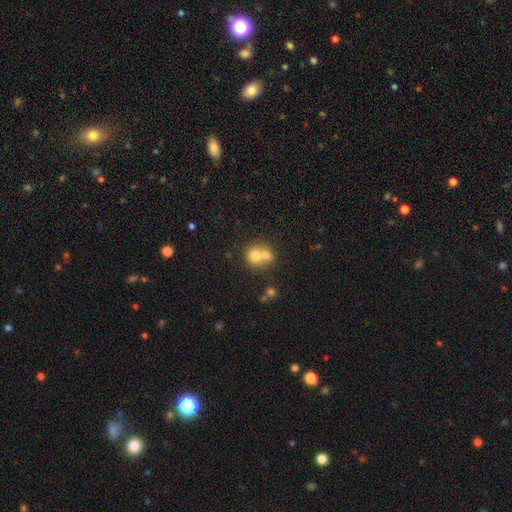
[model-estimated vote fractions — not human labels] smooth 70%, featured or disk 19%, star or artifact 11%. Down the decision tree: how rounded — round (78%); merging — merger (63%).